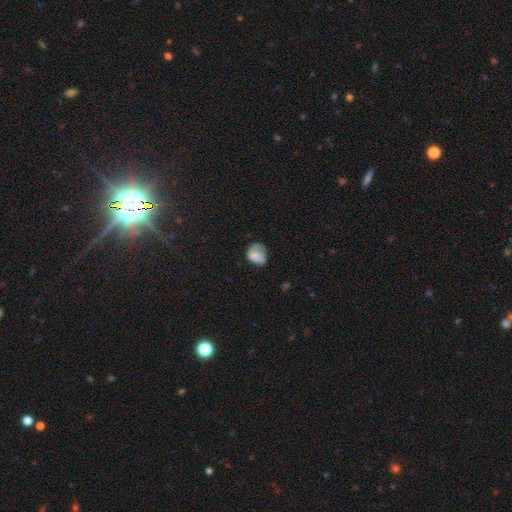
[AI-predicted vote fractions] Smooth or featured?
  - smooth: 68% *
  - featured or disk: 23%
  - star or artifact: 9%
How rounded?
  - in between: 54% *
  - round: 45%
  - cigar-shaped: 1%
Merging?
  - none: 40% *
  - minor disturbance: 33%
  - major disturbance: 25%
  - merger: 3%